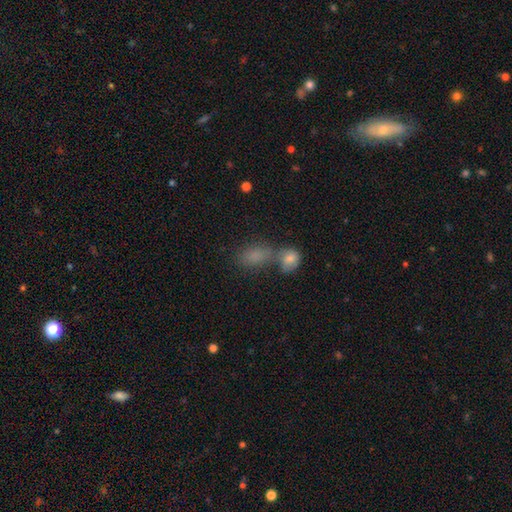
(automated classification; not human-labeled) A smooth galaxy with no disk features (79%) that is in between round and cigar-shaped (81%). Merging: merger (48%).